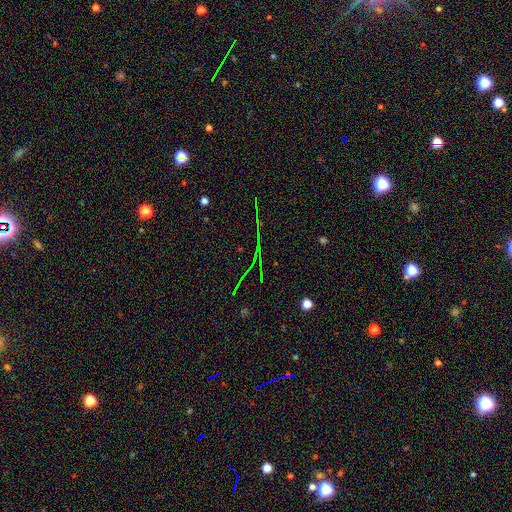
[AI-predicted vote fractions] Smooth or featured: star or artifact — 75% (smooth — 12%)